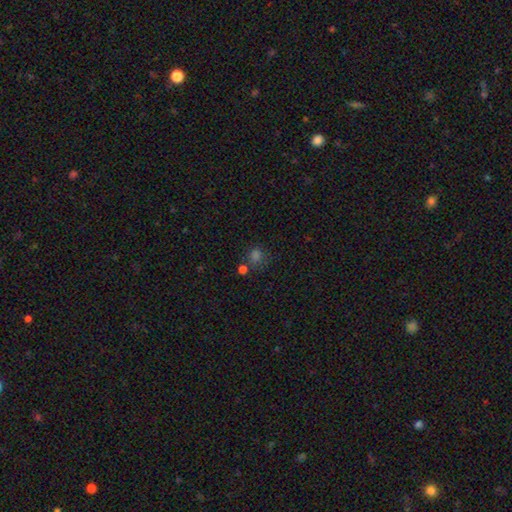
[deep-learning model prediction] smooth_or_featured: smooth (p=0.61) [alt: star or artifact p=0.32]
how_rounded: round (p=0.74) [alt: in between p=0.24]
merging: none (p=0.66) [alt: merger p=0.14]